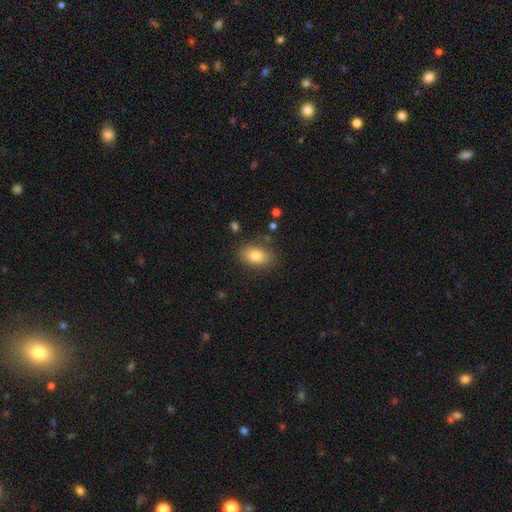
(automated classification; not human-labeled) smooth-or-featured: smooth: 82% | featured or disk: 9% | star or artifact: 9%
  how-rounded: in between: 82% | round: 17% | cigar-shaped: 1%
  merging: none: 82% | minor disturbance: 13% | major disturbance: 4% | merger: 2%